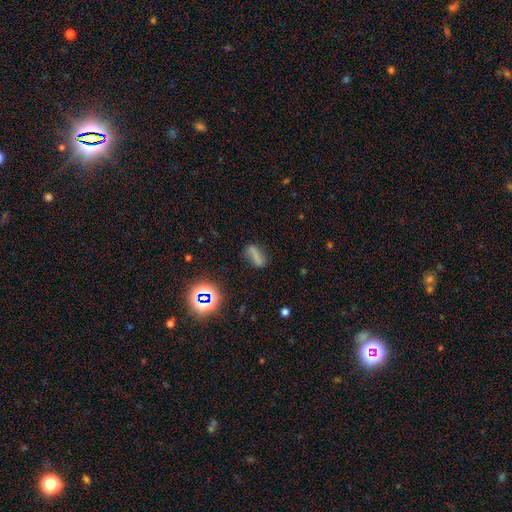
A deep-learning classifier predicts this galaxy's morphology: smooth-or-featured: smooth: 54% | featured or disk: 25% | star or artifact: 21%
  how-rounded: in between: 62% | cigar-shaped: 29% | round: 9%
  merging: none: 65% | minor disturbance: 20% | major disturbance: 10% | merger: 6%